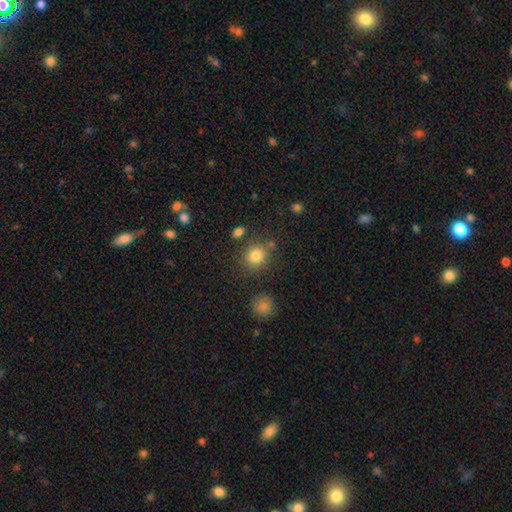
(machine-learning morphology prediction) A smooth galaxy with no disk features (82%) that is round (79%). Merging: none (77%).